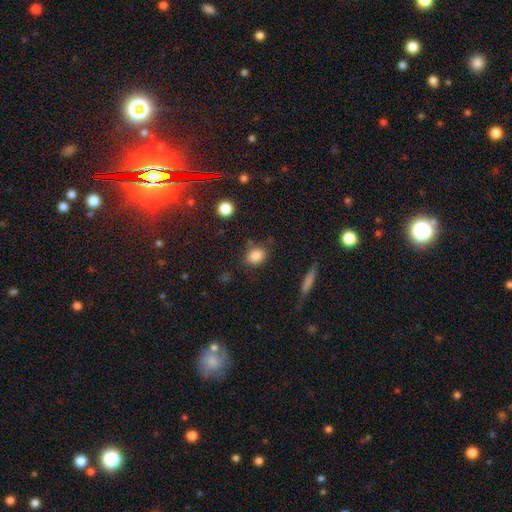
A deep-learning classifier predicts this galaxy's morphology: This appears to be a smooth galaxy with no disk features (84%) that is in between round and cigar-shaped (65%). Merging: none (76%).